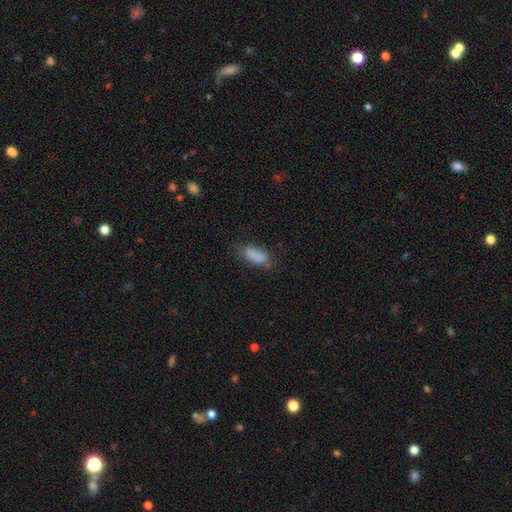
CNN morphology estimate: A smooth galaxy with no disk features (84%) that is in between round and cigar-shaped (82%). Merging: none (67%).